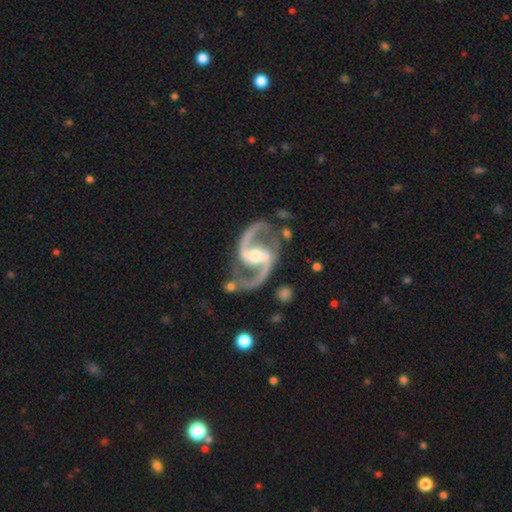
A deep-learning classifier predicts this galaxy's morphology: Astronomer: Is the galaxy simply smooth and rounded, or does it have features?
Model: featured or disk — 94%.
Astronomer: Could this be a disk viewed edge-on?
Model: no — 98%.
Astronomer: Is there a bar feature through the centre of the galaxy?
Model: strong — 39% (runner-up: weak, 38%).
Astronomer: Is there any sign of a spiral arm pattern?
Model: yes — 99%.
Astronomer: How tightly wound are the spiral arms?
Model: medium — 67%.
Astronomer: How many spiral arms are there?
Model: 2 — 94%.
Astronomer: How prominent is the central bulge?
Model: moderate — 47% (runner-up: small, 45%).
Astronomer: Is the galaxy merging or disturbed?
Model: none — 73%.